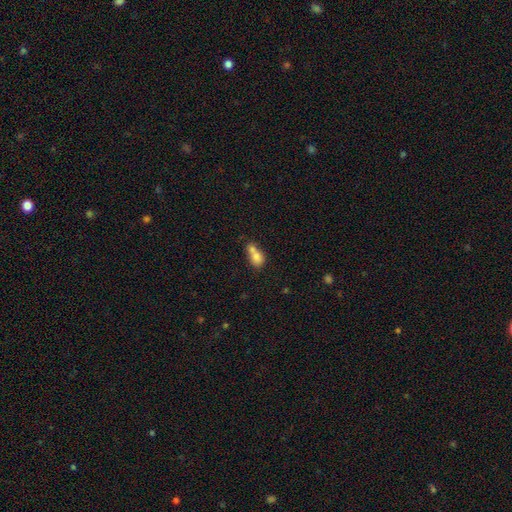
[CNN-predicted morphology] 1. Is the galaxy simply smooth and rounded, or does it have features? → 75% smooth, 16% featured or disk, 10% star or artifact.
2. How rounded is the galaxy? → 65% in between, 32% round, 3% cigar-shaped.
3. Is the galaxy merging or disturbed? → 65% merger, 22% none, 9% minor disturbance, 4% major disturbance.